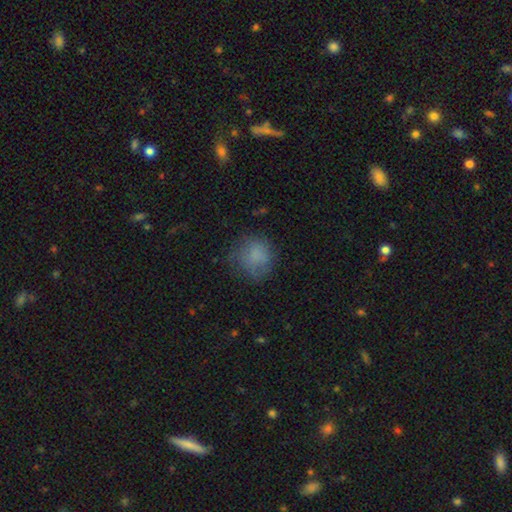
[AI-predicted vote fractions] smooth_or_featured: smooth (p=0.74) [alt: featured or disk p=0.15]
how_rounded: round (p=0.80) [alt: in between p=0.19]
merging: none (p=0.61) [alt: minor disturbance p=0.24]